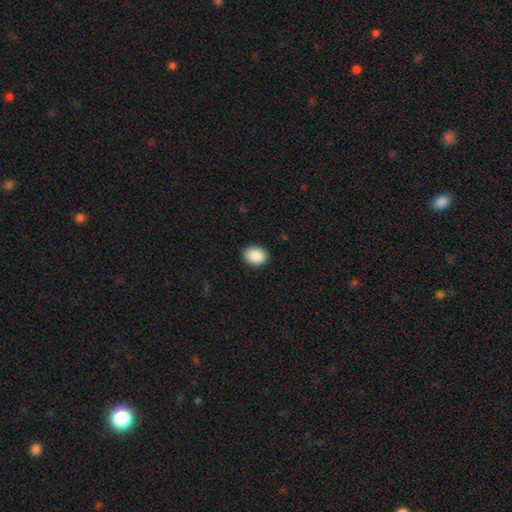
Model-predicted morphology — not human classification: Smooth or featured: smooth — 90% (star or artifact — 7%)
How rounded: in between — 57% (round — 42%)
Merging: none — 89% (minor disturbance — 8%)